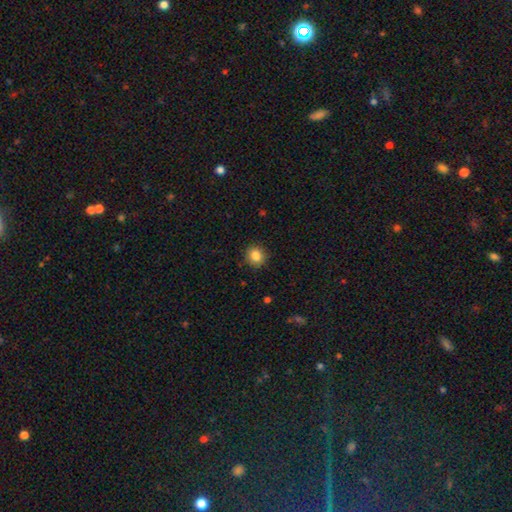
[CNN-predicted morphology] type=smooth (84%); roundness=round (84%); merging=none (88%).